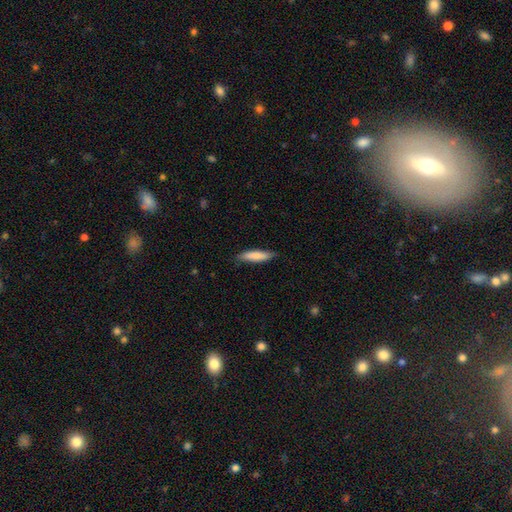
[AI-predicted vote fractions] The model was most divided on "how rounded": cigar-shaped: 76%, in between: 22%, round: 1%. More confident: merging — none (81%); smooth or featured — smooth (78%).